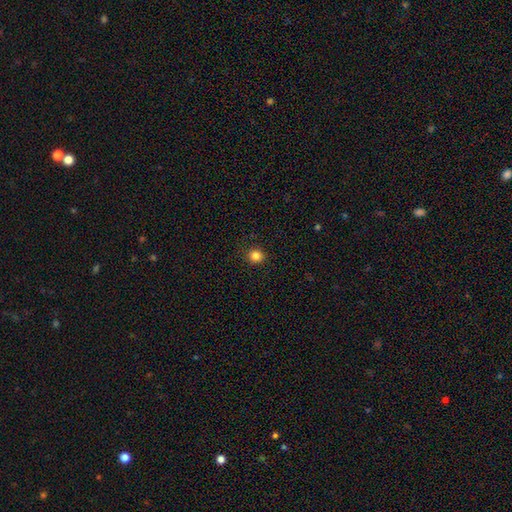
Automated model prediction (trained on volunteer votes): Overall: smooth (84%). How rounded: round (89%). Merging: none (90%).